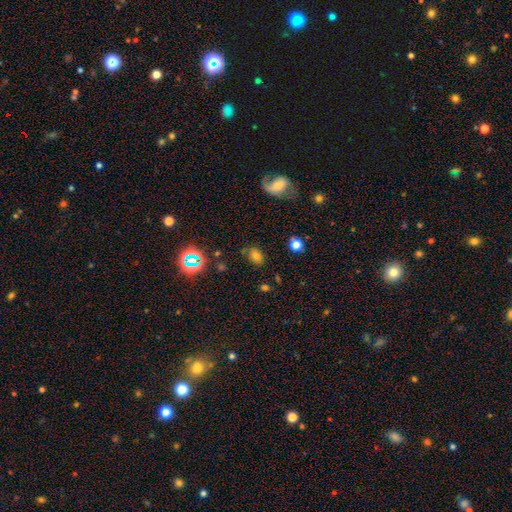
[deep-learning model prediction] A smooth galaxy with no disk features (65%) that is in between round and cigar-shaped (72%). Merging: none (74%).